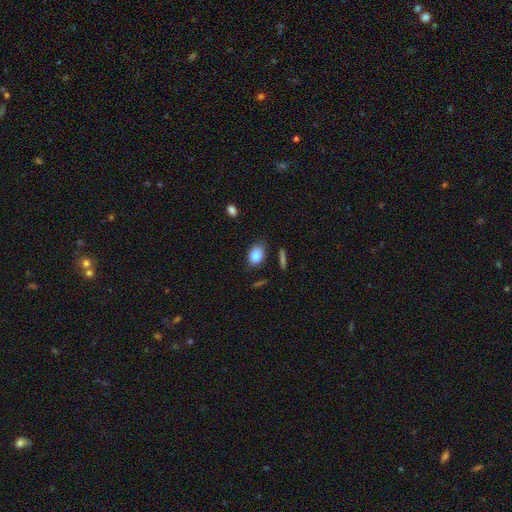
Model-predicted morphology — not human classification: Smooth or featured: smooth — 84% (star or artifact — 8%)
How rounded: in between — 75% (round — 24%)
Merging: none — 77% (minor disturbance — 17%)